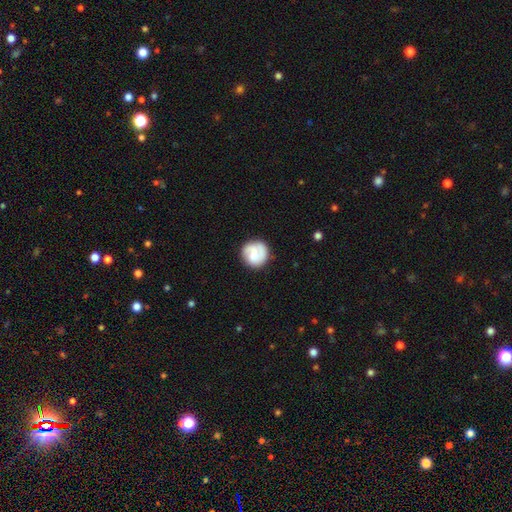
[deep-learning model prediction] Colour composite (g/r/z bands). It shows a smooth galaxy with no disk features (51%) that is round (88%). Merging: none (71%).